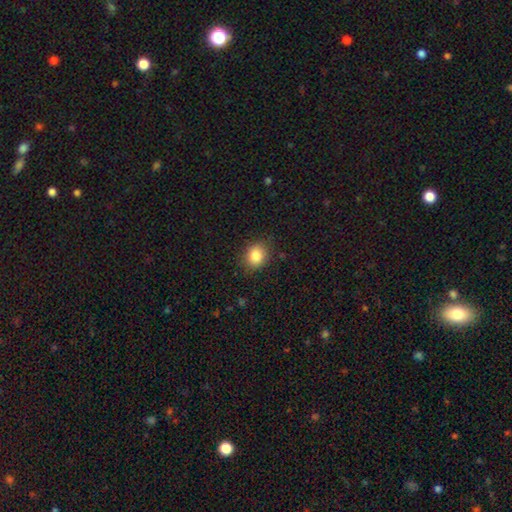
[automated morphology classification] Smooth or featured: smooth — 84% (star or artifact — 10%)
How rounded: round — 59% (in between — 41%)
Merging: none — 85% (minor disturbance — 12%)